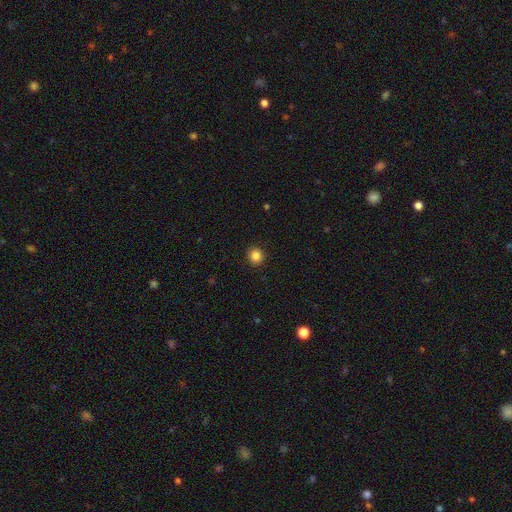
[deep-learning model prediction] smooth_or_featured: smooth (p=0.86) [alt: star or artifact p=0.11]
how_rounded: round (p=0.89) [alt: in between p=0.10]
merging: none (p=0.92) [alt: minor disturbance p=0.06]